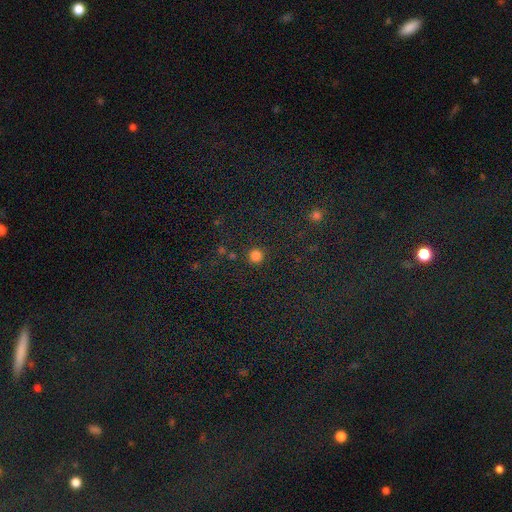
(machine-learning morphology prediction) The model was most divided on "smooth or featured": smooth: 82%, star or artifact: 14%, featured or disk: 4%. More confident: how rounded — round (95%); merging — none (89%).